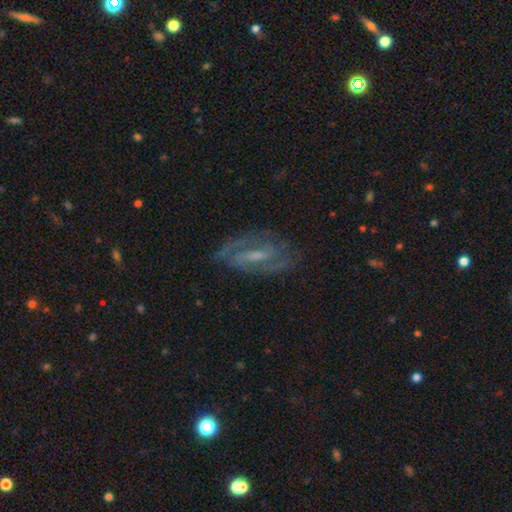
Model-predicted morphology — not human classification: type=featured or disk (82%); edge-on=no (92%); bar=weak (46%); spiral arms=yes (91%); winding=medium (46%); arm count=2 (73%); bulge=small (48%); merging=none (75%).